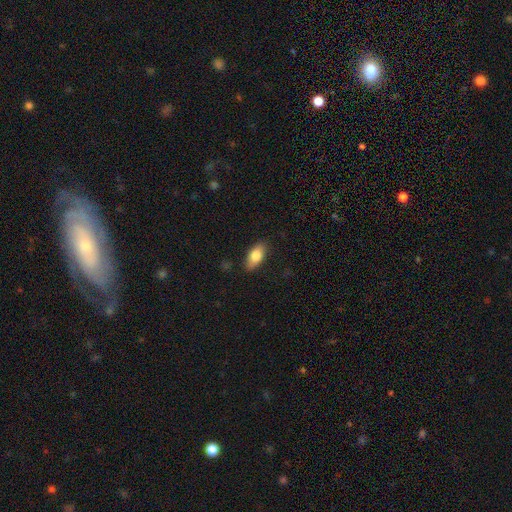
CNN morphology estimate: The model was most divided on "smooth or featured": smooth: 79%, featured or disk: 15%, star or artifact: 7%. More confident: how rounded — in between (86%); merging — none (85%).